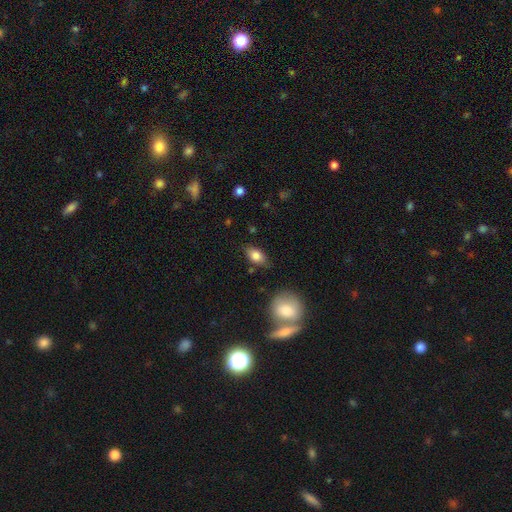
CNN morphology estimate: A smooth galaxy with no disk features (80%) that is in between round and cigar-shaped (87%).

Vote fractions:
- Smooth or featured? smooth: 80% / featured or disk: 12% / star or artifact: 8%
- How rounded? in between: 87% / round: 8% / cigar-shaped: 5%
- Merging? none: 79% / minor disturbance: 15% / major disturbance: 3% / merger: 3%